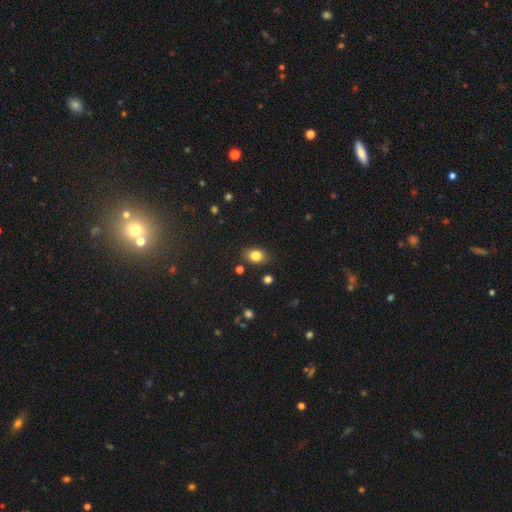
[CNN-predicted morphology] This is clearly a smooth galaxy (82%). How rounded: likely in between (67%). Merging: clearly none (82%).